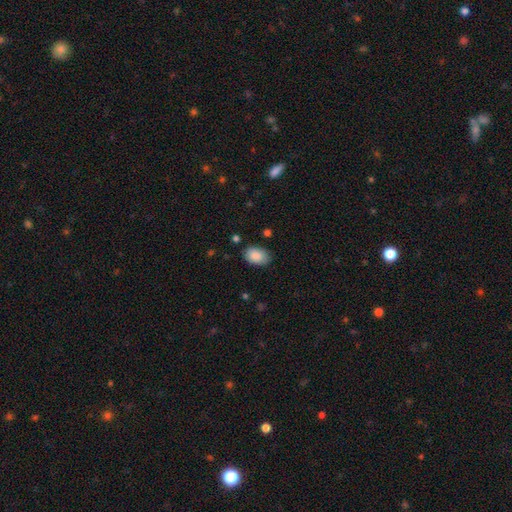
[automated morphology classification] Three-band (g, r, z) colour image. It shows a smooth galaxy with no disk features (88%) that is in between round and cigar-shaped (88%). Merging: none (83%).